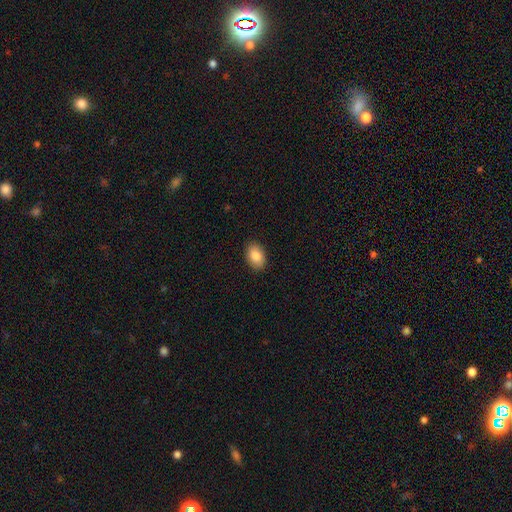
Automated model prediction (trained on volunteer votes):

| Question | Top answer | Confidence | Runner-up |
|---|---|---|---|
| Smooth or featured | smooth | 86% | star or artifact (7%) |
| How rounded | in between | 85% | round (14%) |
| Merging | none | 90% | minor disturbance (8%) |